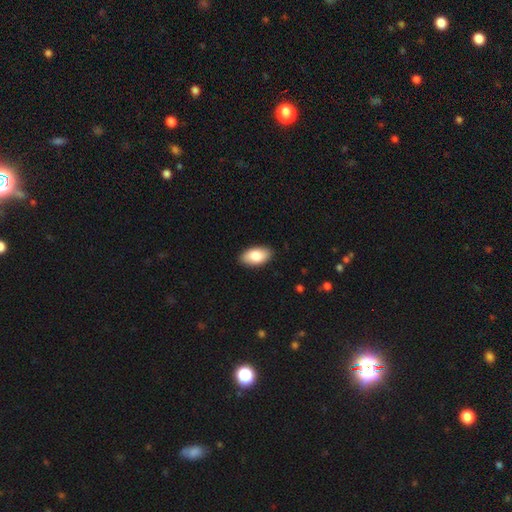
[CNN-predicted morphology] Overall: smooth (83%). How rounded: in between (95%). Merging: none (89%).